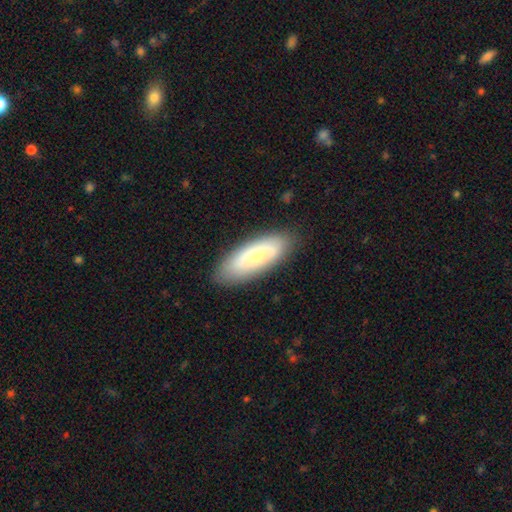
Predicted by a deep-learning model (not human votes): A smooth galaxy with no disk features (65%) that is in between round and cigar-shaped (70%). Merging: none (85%).